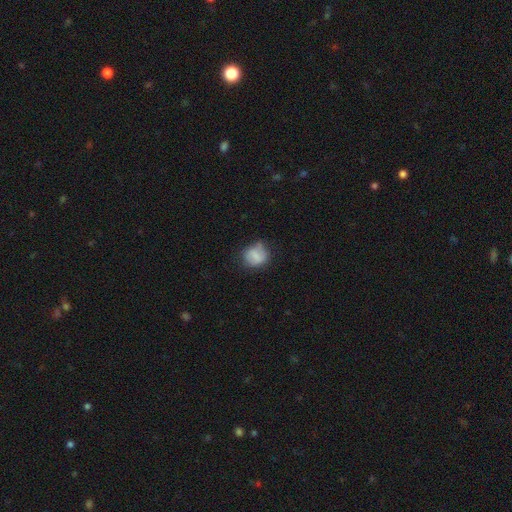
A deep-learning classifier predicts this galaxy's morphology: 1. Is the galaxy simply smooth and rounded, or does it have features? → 76% smooth, 16% featured or disk, 9% star or artifact.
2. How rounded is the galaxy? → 68% round, 30% in between, 1% cigar-shaped.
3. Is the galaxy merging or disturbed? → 57% none, 30% minor disturbance, 9% major disturbance, 4% merger.